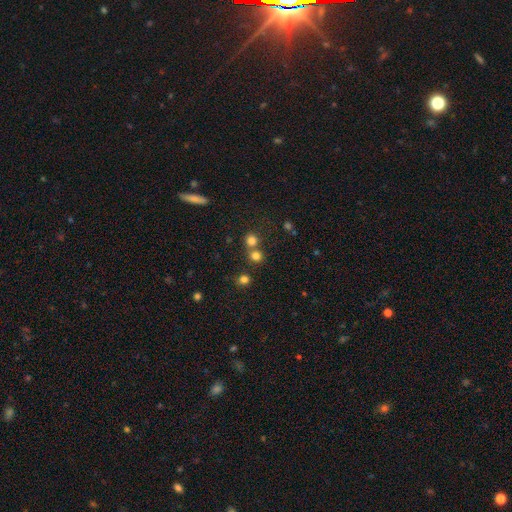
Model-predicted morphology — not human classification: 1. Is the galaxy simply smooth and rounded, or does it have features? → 76% smooth, 17% star or artifact, 7% featured or disk.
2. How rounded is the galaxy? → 89% round, 10% in between, 1% cigar-shaped.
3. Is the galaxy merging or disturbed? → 61% none, 31% merger, 6% minor disturbance, 3% major disturbance.